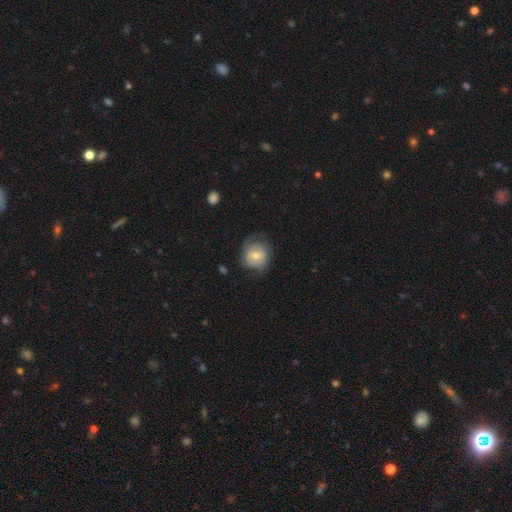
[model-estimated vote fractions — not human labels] Smooth or featured? smooth (51%)
How rounded? round (70%)
Merging? none (58%)